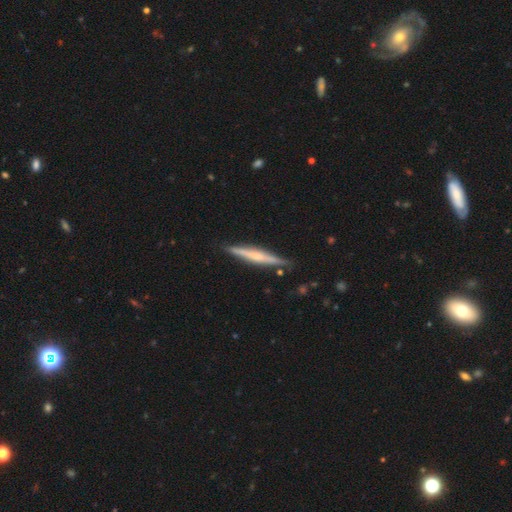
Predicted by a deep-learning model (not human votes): Smooth or featured: featured or disk — 64% (smooth — 31%)
Edge-on disk: yes — 97% (no — 3%)
Edge-on bulge: rounded — 56% (none — 30%)
Merging: none — 88% (minor disturbance — 9%)